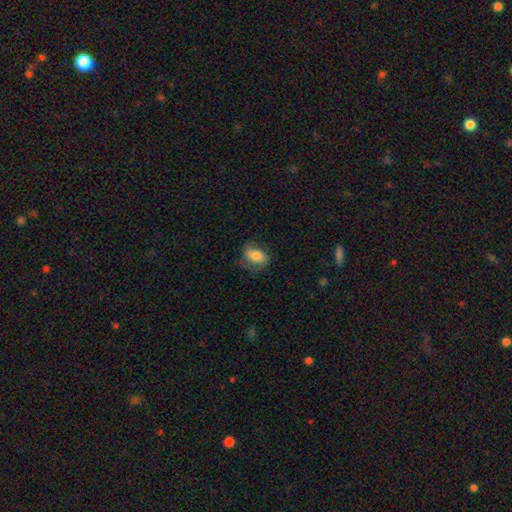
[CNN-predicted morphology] smooth-or-featured: smooth: 59% | featured or disk: 33% | star or artifact: 8%
  how-rounded: in between: 77% | round: 20% | cigar-shaped: 2%
  merging: none: 57% | minor disturbance: 25% | major disturbance: 16% | merger: 1%